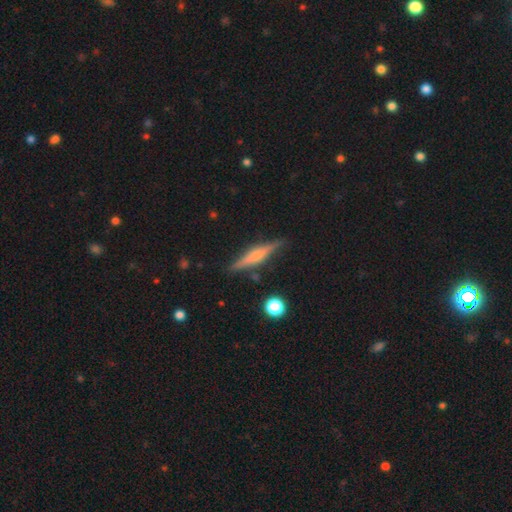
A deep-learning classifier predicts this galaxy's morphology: smooth-or-featured: featured or disk: 60% | smooth: 33% | star or artifact: 7%
  disk-edge-on: yes: 96% | no: 4%
    edge-on-bulge: rounded: 66% | boxy: 18% | none: 16%
  merging: none: 86% | minor disturbance: 10% | major disturbance: 2% | merger: 2%